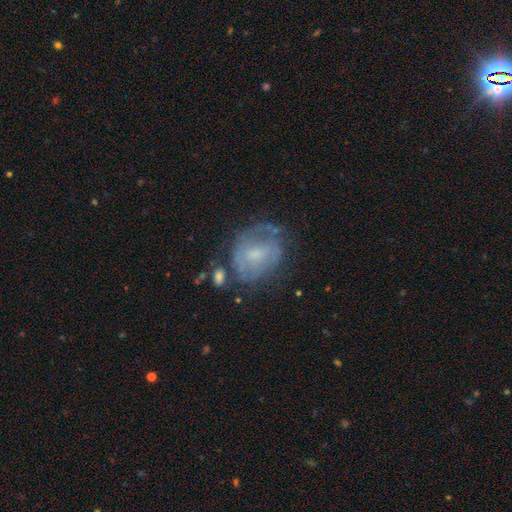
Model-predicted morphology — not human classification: Smooth or featured? featured or disk (64%)
Edge-on disk? no (97%)
Bar? no (54%)
Spiral arms? yes (75%)
Bulge size? small (54%)
Merging? none (64%)